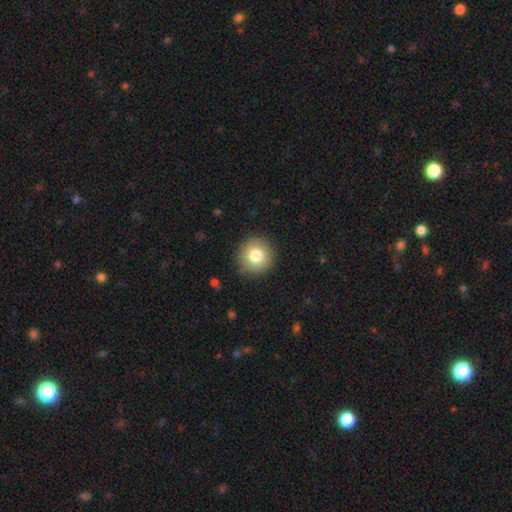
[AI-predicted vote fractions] Smooth or featured: smooth — 79% (featured or disk — 12%)
How rounded: round — 94% (in between — 5%)
Merging: none — 90% (minor disturbance — 7%)